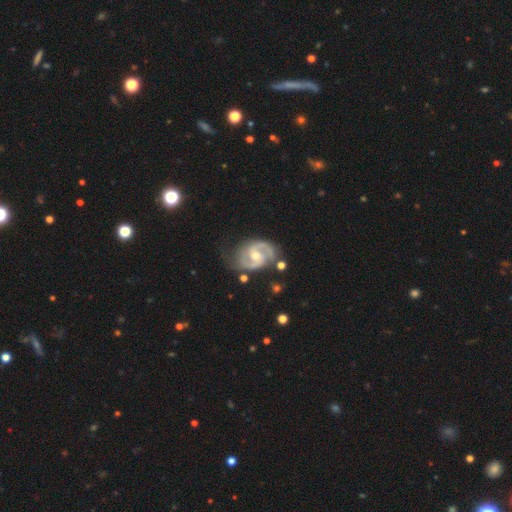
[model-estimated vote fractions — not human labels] This appears to be a featured or disk galaxy (90%) with a weak bar (50%), 2 (91%) medium (54%) spiral arms (97%) and a moderate central bulge (65%). Merging: none (64%).